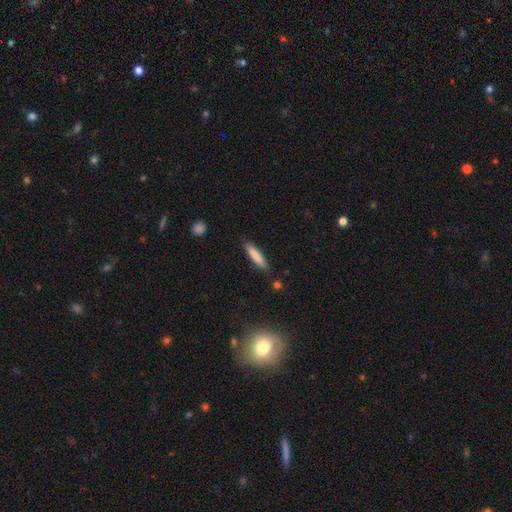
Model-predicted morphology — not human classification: Smooth or featured?
  - smooth: 82% *
  - featured or disk: 11%
  - star or artifact: 6%
How rounded?
  - cigar-shaped: 84% *
  - in between: 15%
  - round: 1%
Merging?
  - none: 87% *
  - minor disturbance: 9%
  - major disturbance: 2%
  - merger: 2%